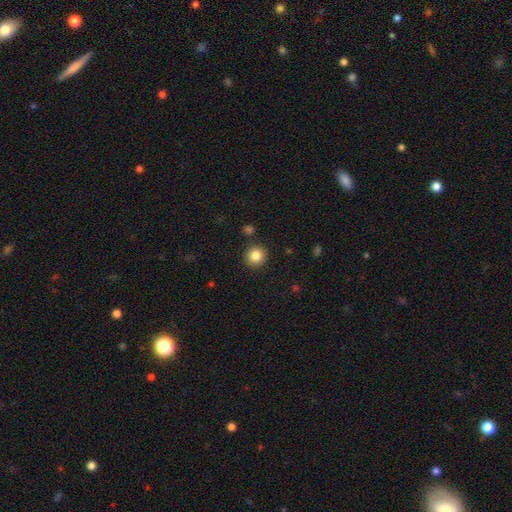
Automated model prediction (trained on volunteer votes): This appears to be a smooth galaxy with no disk features (84%) that is round (92%). Merging: none (90%).